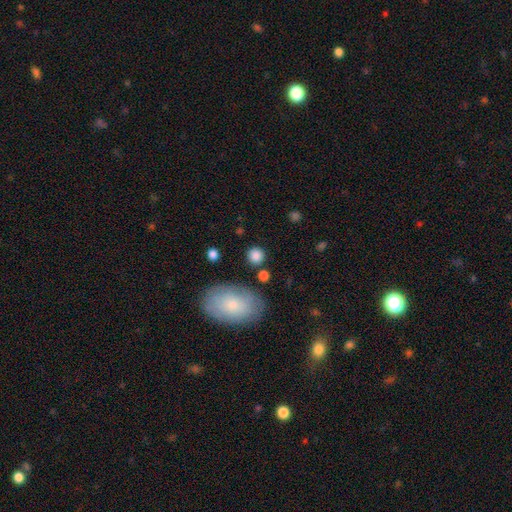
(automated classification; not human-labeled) The model was most divided on "merging": none: 83%, minor disturbance: 9%, merger: 5%, major disturbance: 3%. More confident: how rounded — round (87%); smooth or featured — smooth (86%).